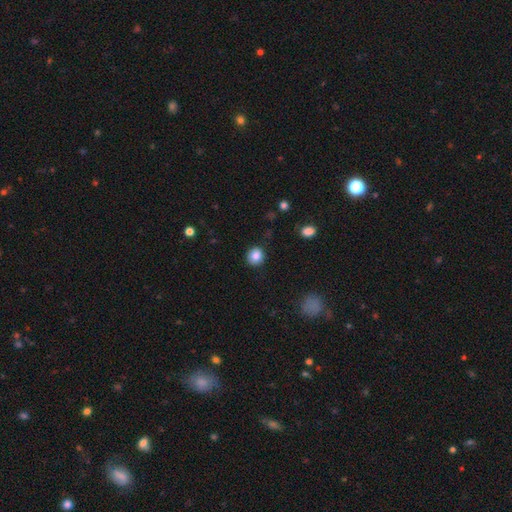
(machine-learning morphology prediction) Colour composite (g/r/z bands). It shows a smooth galaxy with no disk features (85%) that is round (86%). Merging: none (89%).